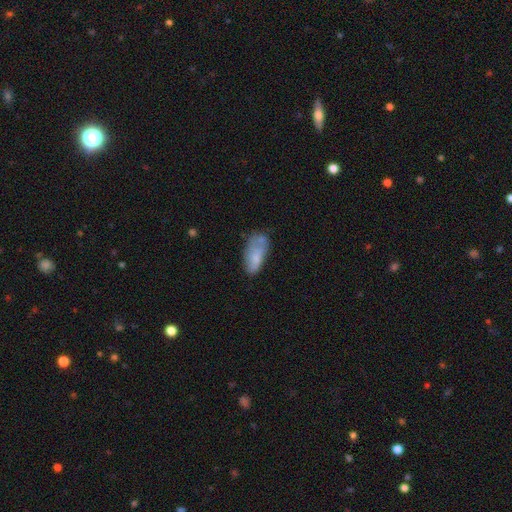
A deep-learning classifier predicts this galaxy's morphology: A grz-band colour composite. It shows a smooth galaxy with no disk features (65%) that is in between round and cigar-shaped (87%). Merging: none (41%).